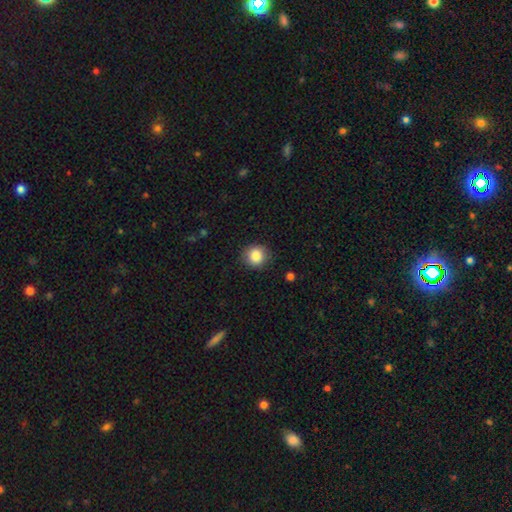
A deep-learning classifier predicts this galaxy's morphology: Smooth or featured?
  - smooth: 87% *
  - star or artifact: 9%
  - featured or disk: 5%
How rounded?
  - round: 89% *
  - in between: 10%
  - cigar-shaped: 1%
Merging?
  - none: 85% *
  - minor disturbance: 11%
  - major disturbance: 3%
  - merger: 1%